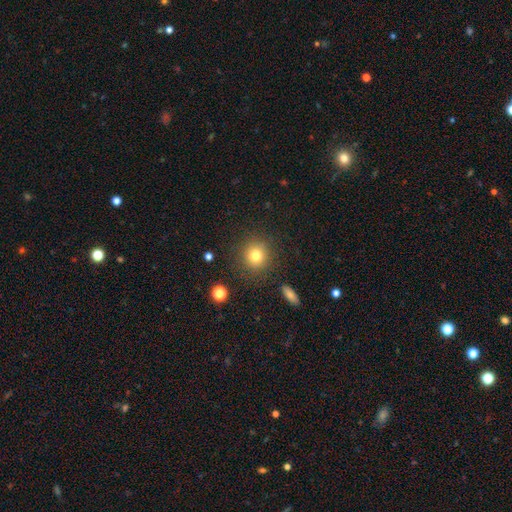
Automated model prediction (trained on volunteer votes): Overall: smooth (79%). How rounded: round (91%). Merging: none (87%).